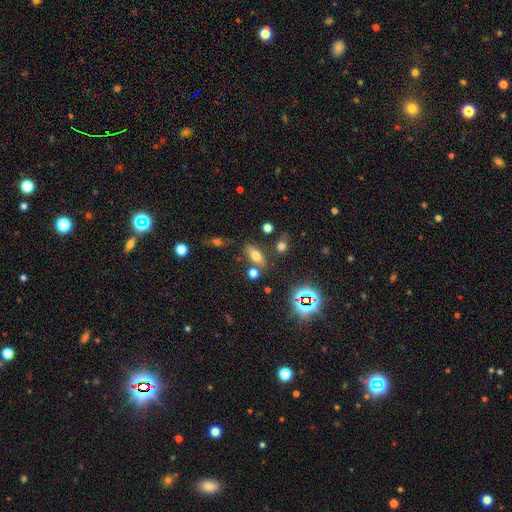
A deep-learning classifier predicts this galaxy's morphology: This appears to be a smooth galaxy with no disk features (65%) that is in between round and cigar-shaped (76%). Merging: none (71%).